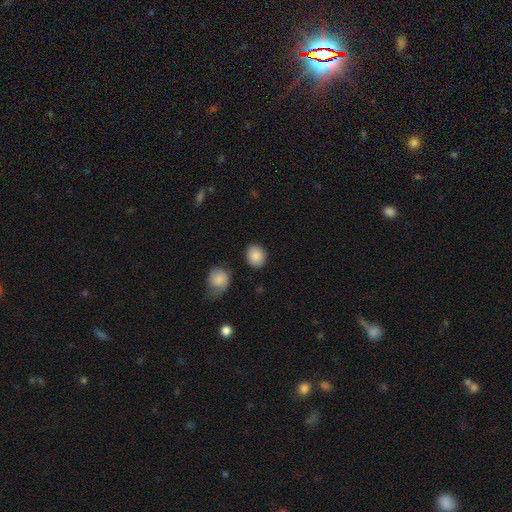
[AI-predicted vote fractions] Smooth or featured: smooth — 88% (star or artifact — 7%)
How rounded: round — 63% (in between — 36%)
Merging: none — 84% (minor disturbance — 10%)